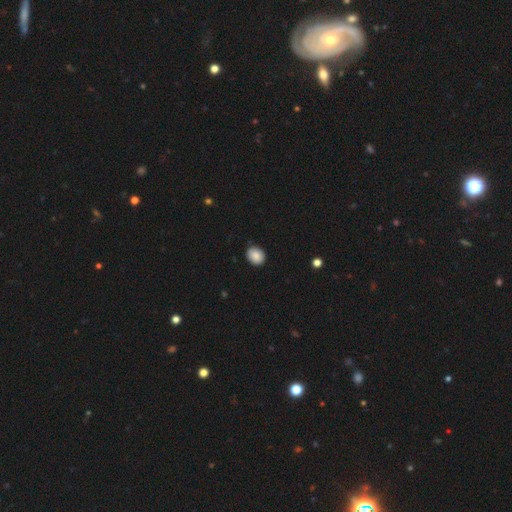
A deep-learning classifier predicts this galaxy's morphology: Smooth or featured? smooth (88%)
How rounded? round (51%)
Merging? none (87%)